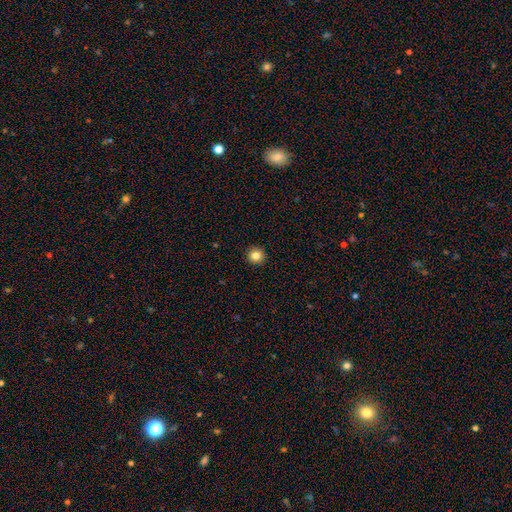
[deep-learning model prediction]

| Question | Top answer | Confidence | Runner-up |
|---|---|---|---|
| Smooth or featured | smooth | 83% | star or artifact (11%) |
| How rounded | round | 94% | in between (5%) |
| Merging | none | 93% | minor disturbance (4%) |